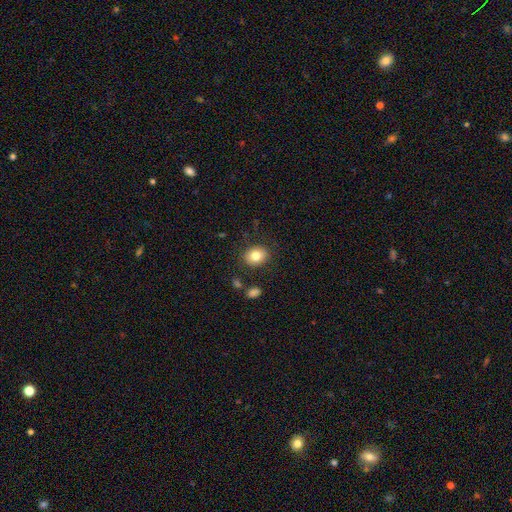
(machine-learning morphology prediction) Q: Smooth or featured?
A: smooth (82%); runner-up: featured or disk (9%)
Q: How rounded?
A: round (57%); runner-up: in between (43%)
Q: Merging?
A: none (85%); runner-up: minor disturbance (9%)